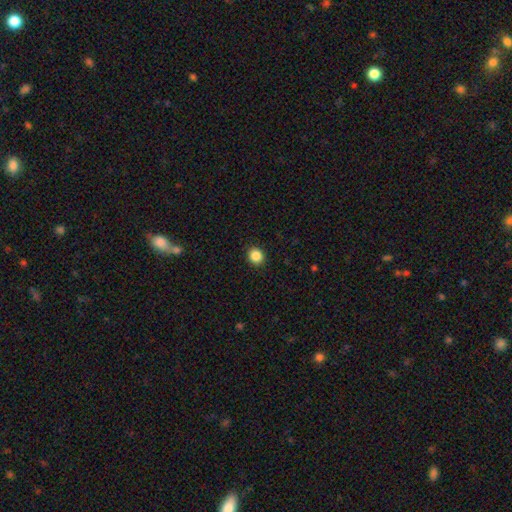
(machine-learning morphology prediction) Smooth or featured: smooth — 86% (star or artifact — 10%)
How rounded: round — 82% (in between — 17%)
Merging: none — 92% (minor disturbance — 5%)